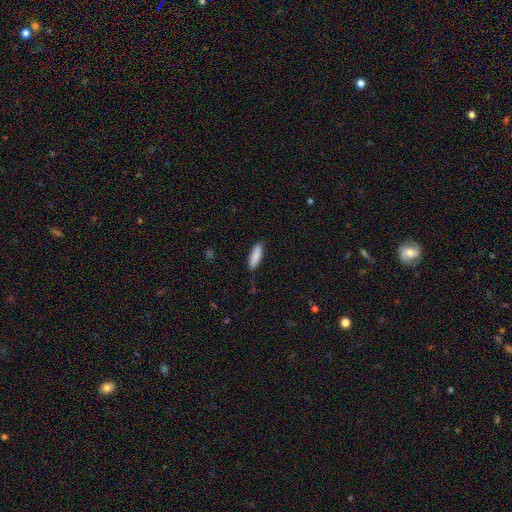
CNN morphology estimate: Overall: smooth (87%). How rounded: cigar-shaped (52%; in between 46%). Merging: none (84%).